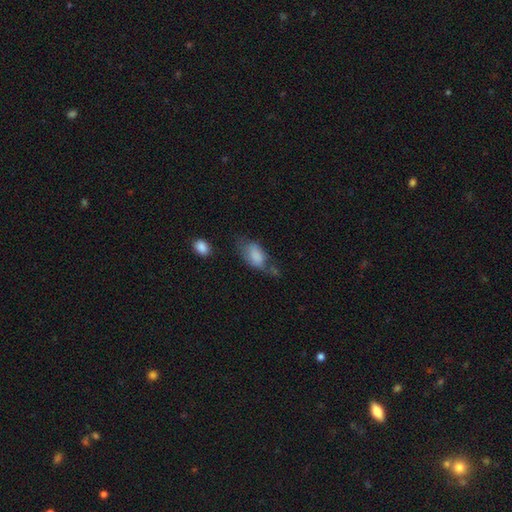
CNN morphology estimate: smooth-or-featured: smooth: 77% | featured or disk: 15% | star or artifact: 8%
  how-rounded: in between: 91% | round: 6% | cigar-shaped: 4%
  merging: minor disturbance: 32% | none: 31% | major disturbance: 28% | merger: 10%